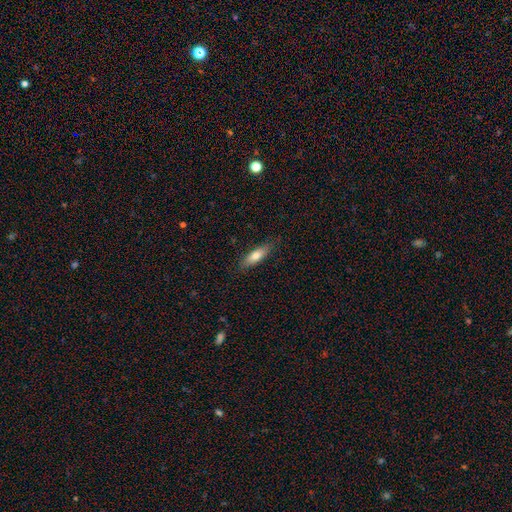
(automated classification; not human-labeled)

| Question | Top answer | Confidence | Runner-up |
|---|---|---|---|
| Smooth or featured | smooth | 74% | featured or disk (20%) |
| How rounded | in between | 53% | cigar-shaped (45%) |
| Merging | none | 84% | minor disturbance (13%) |